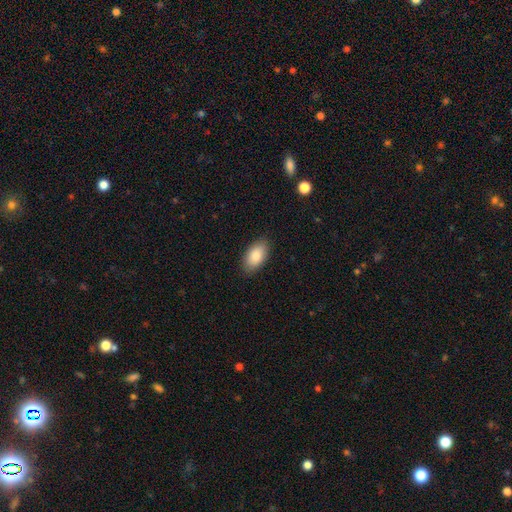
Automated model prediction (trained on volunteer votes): Q: Smooth or featured?
A: smooth (85%); runner-up: featured or disk (9%)
Q: How rounded?
A: in between (94%); runner-up: round (4%)
Q: Merging?
A: none (87%); runner-up: minor disturbance (10%)